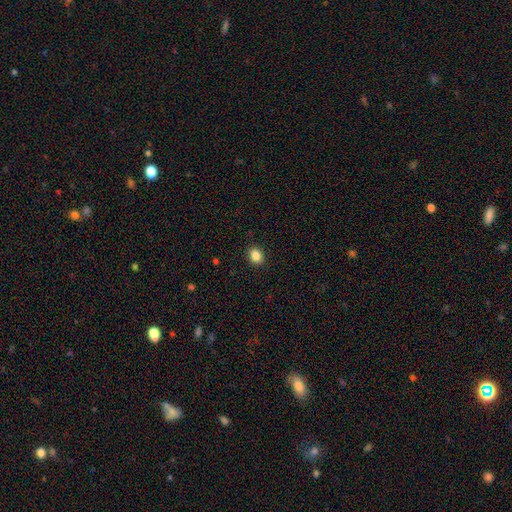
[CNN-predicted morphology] Smooth or featured? smooth (87%)
How rounded? in between (54%)
Merging? none (91%)